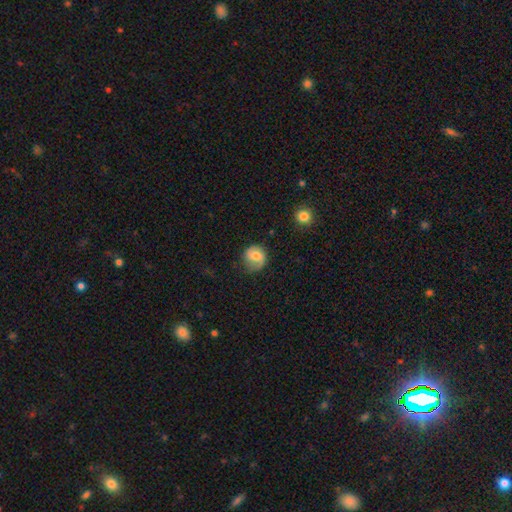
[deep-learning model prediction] Overall: smooth (60%; featured or disk 32%). How rounded: round (84%). Merging: none (65%).